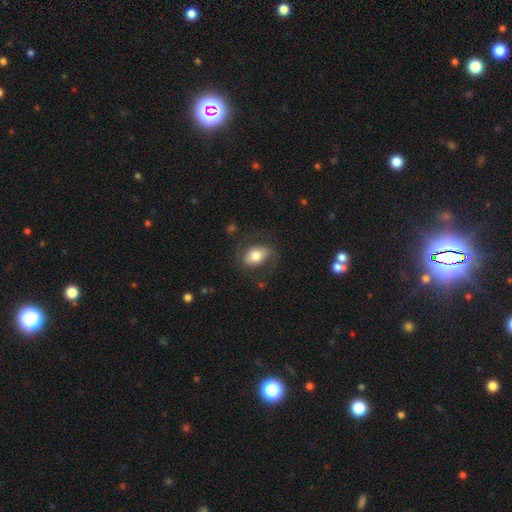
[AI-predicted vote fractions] This appears to be a smooth galaxy with no disk features (65%) that is in between round and cigar-shaped (78%). Merging: none (65%).